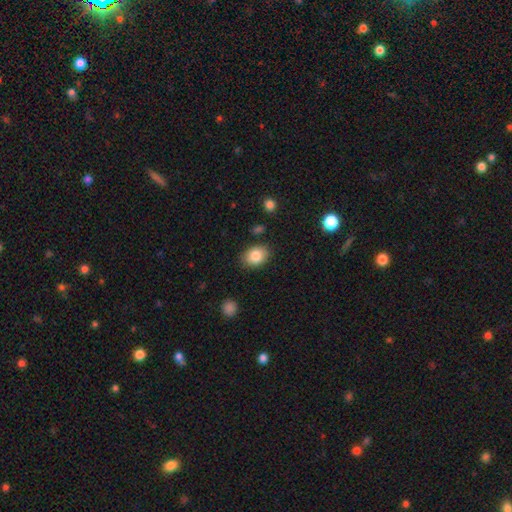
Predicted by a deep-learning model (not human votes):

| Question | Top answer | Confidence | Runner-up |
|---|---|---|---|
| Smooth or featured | smooth | 85% | star or artifact (8%) |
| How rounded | in between | 76% | round (23%) |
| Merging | none | 84% | minor disturbance (11%) |